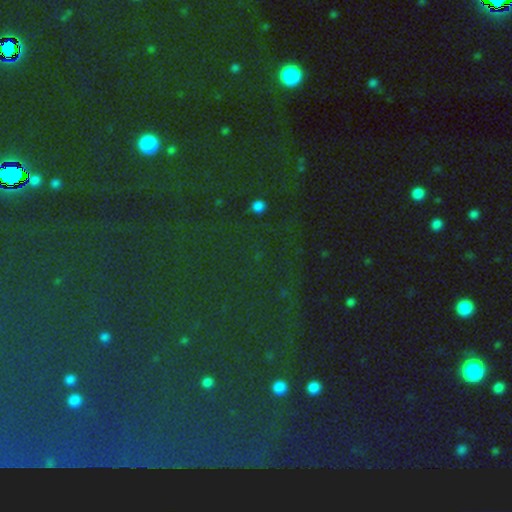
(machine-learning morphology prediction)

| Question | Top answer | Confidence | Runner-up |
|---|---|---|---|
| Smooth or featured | star or artifact | 82% | smooth (10%) |